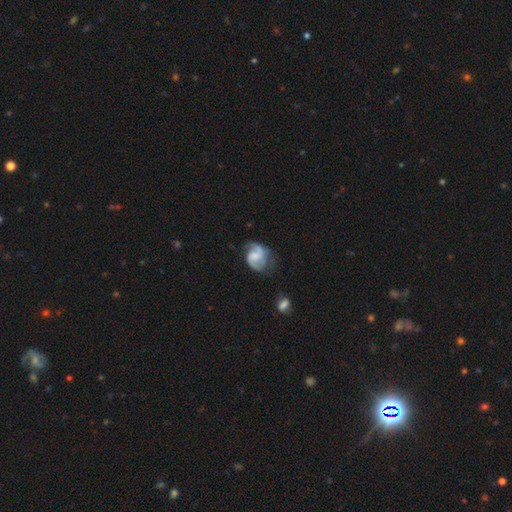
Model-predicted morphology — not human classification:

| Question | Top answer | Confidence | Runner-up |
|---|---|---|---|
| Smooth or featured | featured or disk | 74% | smooth (19%) |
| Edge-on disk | no | 98% | yes (2%) |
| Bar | no | 46% | weak (43%) |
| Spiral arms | yes | 94% | no (6%) |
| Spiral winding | medium | 47% | loose (31%) |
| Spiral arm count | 2 | 82% | 1 (8%) |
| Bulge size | none | 39% | small (25%) |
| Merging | none | 58% | minor disturbance (25%) |